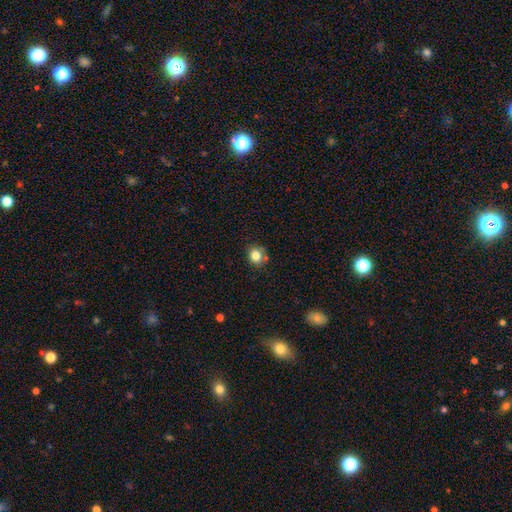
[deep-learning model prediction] Smooth or featured?
  - smooth: 82% *
  - star or artifact: 11%
  - featured or disk: 7%
How rounded?
  - round: 73% *
  - in between: 26%
  - cigar-shaped: 1%
Merging?
  - none: 73% *
  - minor disturbance: 16%
  - merger: 7%
  - major disturbance: 4%